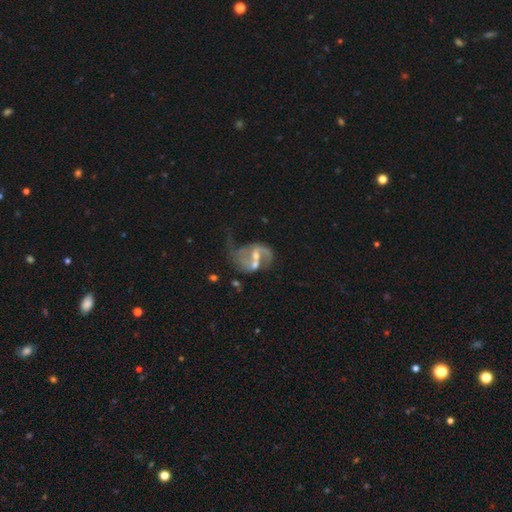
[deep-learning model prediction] smooth-or-featured: featured or disk: 85% | smooth: 8% | star or artifact: 7%
  disk-edge-on: no: 98% | yes: 2%
    bar: weak: 48% | strong: 31% | no: 22%
    has-spiral-arms: yes: 90% | no: 10%
      spiral-winding: loose: 57% | medium: 35% | tight: 9%
      spiral-arm-count: 2: 82% | 1: 9% | can't tell: 5% | 3: 2% | 4: 1% | more than 4: 1%
    bulge-size: small: 48% | moderate: 41% | none: 7% | large: 3% | dominant: 1%
  merging: none: 35% | merger: 26% | major disturbance: 23% | minor disturbance: 17%